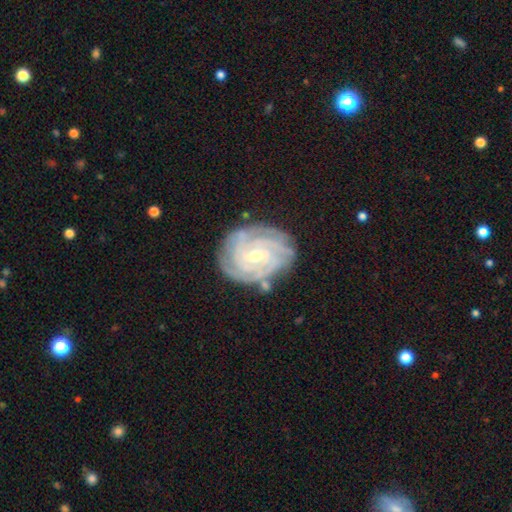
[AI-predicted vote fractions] Smooth or featured? featured or disk (89%)
Edge-on disk? no (98%)
Bar? weak (51%)
Spiral arms? yes (98%)
Spiral winding? tight (81%)
Spiral arm count? 4 (32%)
Bulge size? small (55%)
Merging? none (78%)